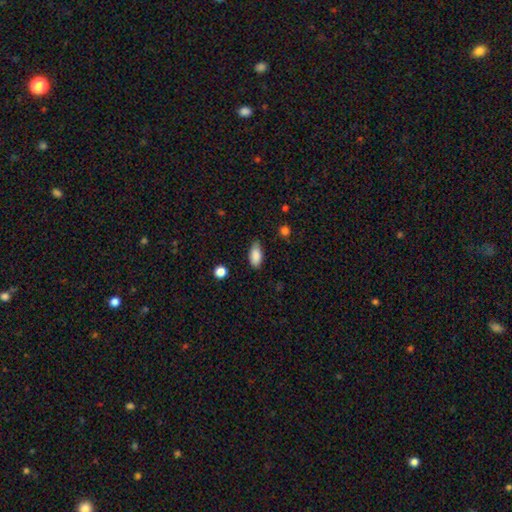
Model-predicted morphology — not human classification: smooth-or-featured: smooth: 87% | star or artifact: 7% | featured or disk: 5%
  how-rounded: in between: 90% | cigar-shaped: 7% | round: 3%
  merging: none: 75% | minor disturbance: 20% | major disturbance: 3% | merger: 1%